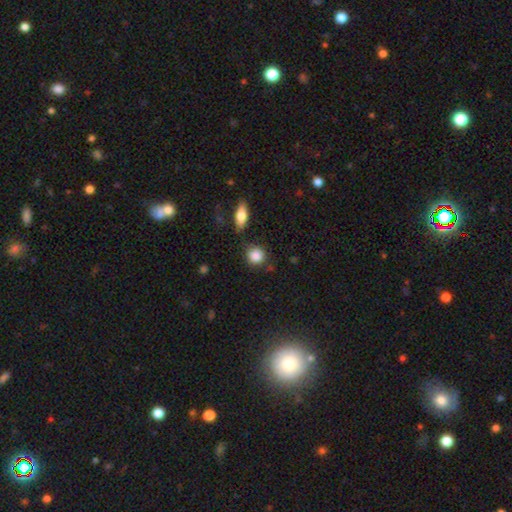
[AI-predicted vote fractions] Smooth or featured? Predicted: smooth (p=0.87). How rounded? Predicted: round (p=0.84). Merging? Predicted: none (p=0.77).